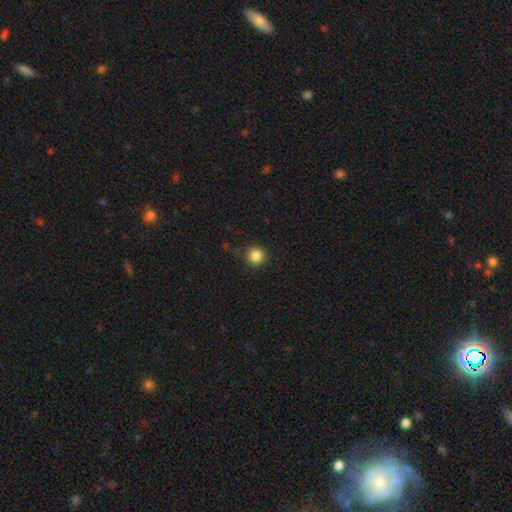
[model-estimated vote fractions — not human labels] Morphology: type=smooth (86%); roundness=round (93%); merging=none (86%).